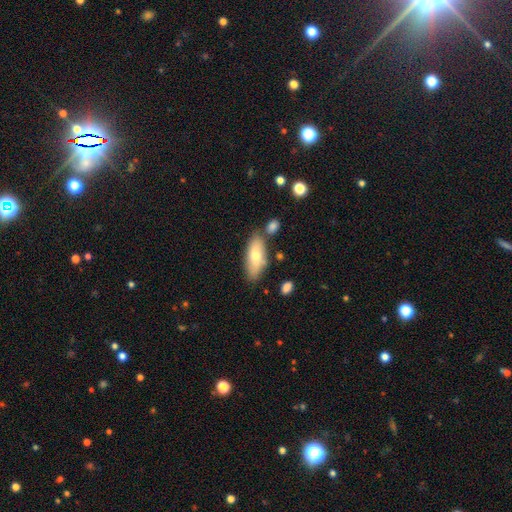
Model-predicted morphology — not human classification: Smooth or featured? Predicted: smooth (p=0.69). How rounded? Predicted: in between (p=0.79). Merging? Predicted: none (p=0.68).